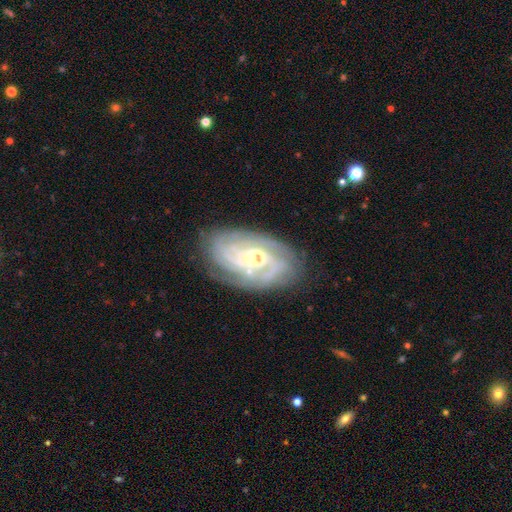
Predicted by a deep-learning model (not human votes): Q: Smooth or featured?
A: featured or disk (83%); runner-up: smooth (10%)
Q: Edge-on disk?
A: no (95%); runner-up: yes (5%)
Q: Bar?
A: no (59%); runner-up: weak (31%)
Q: Spiral arms?
A: yes (94%); runner-up: no (6%)
Q: Spiral winding?
A: tight (68%); runner-up: medium (25%)
Q: Spiral arm count?
A: can't tell (34%); runner-up: 3 (20%)
Q: Bulge size?
A: moderate (56%); runner-up: small (38%)
Q: Merging?
A: none (74%); runner-up: minor disturbance (17%)